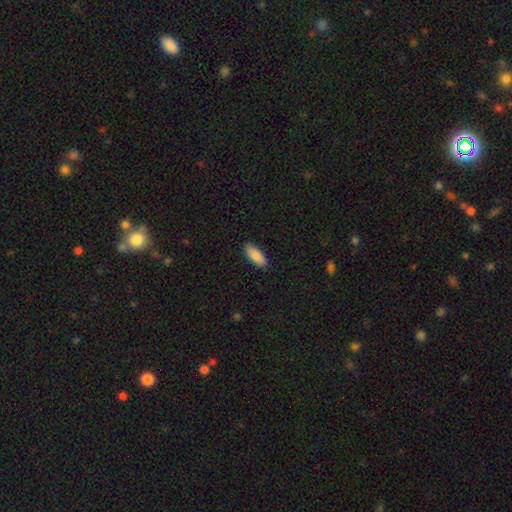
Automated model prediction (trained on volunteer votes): A smooth galaxy with no disk features (84%) that is in between round and cigar-shaped (77%). Merging: none (89%).